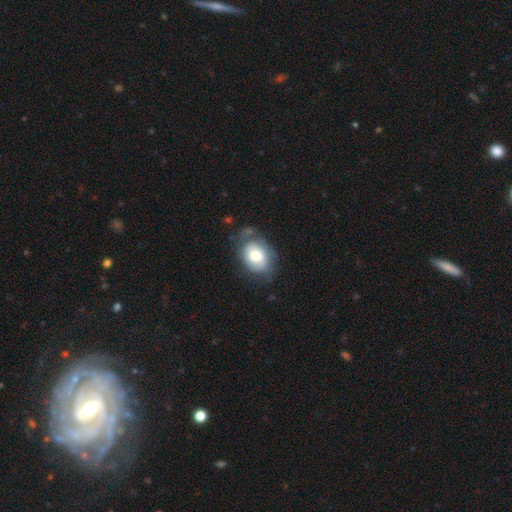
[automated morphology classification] type=smooth (67%); roundness=in between (66%); merging=none (60%).